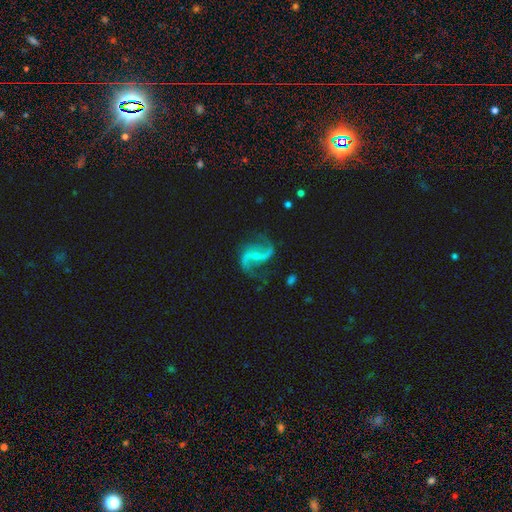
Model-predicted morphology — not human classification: The model was most divided on "bar": weak: 40%, no: 36%, strong: 23%. More confident: edge-on disk — no (98%); spiral arms — yes (97%); spiral arm count — 2 (93%); smooth or featured — featured or disk (91%); merging — none (75%); bulge size — small (68%); spiral winding — loose (68%).